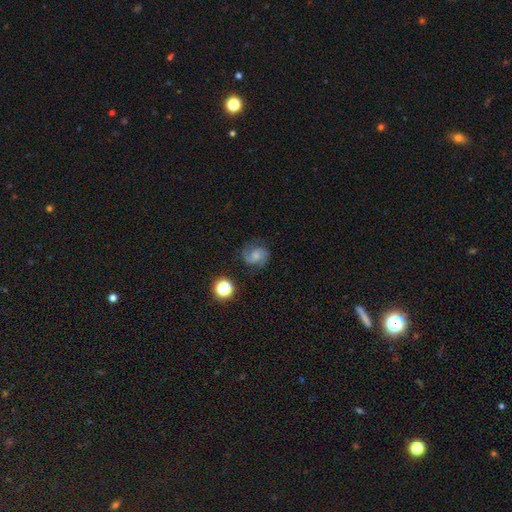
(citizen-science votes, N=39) A featured or disk galaxy (74%) with no bar (59%), 2 (100%) medium (54%) spiral arms (97%) and a small central bulge (66%).

Vote fractions:
- Smooth or featured? featured or disk: 74% / smooth: 21% / star or artifact: 5%
- Edge-on disk? no: 100% / yes: 0%
- Bar? no: 59% / weak: 34% / strong: 7%
- Spiral arms? yes: 97% / no: 3%
- Spiral winding? medium: 54% / loose: 32% / tight: 14%
- Spiral arm count? 2: 100% / 1: 0% / 3: 0% / 4: 0% / more than 4: 0% / can't tell: 0%
- Bulge size? small: 66% / moderate: 21% / none: 14% / dominant: 0% / large: 0%
- Merging? none: 70% / minor disturbance: 19% / major disturbance: 11% / merger: 0%